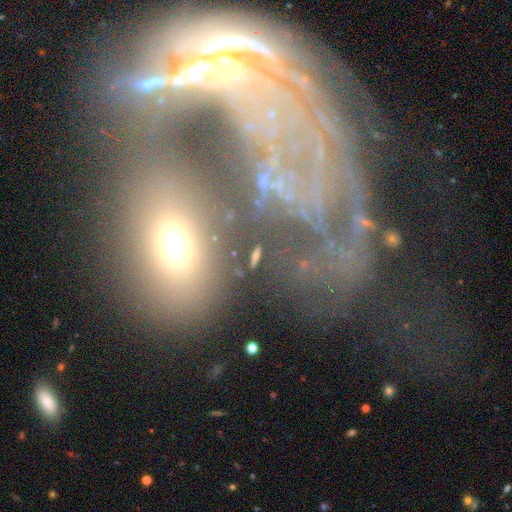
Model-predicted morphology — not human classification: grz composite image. It shows a smooth galaxy with no disk features (47%). Merging: none (81%).